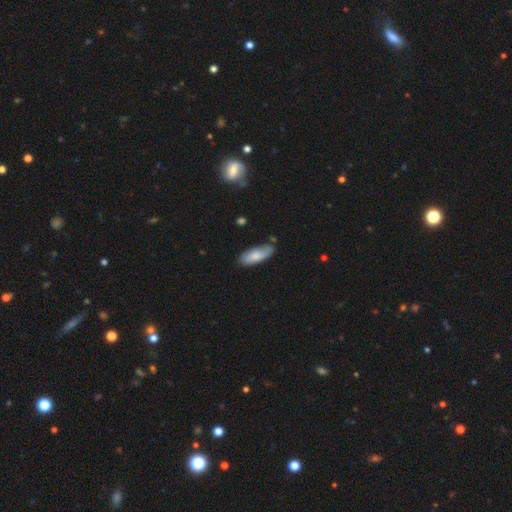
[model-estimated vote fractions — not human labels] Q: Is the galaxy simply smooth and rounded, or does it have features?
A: smooth — 77%.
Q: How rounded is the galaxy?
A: in between — 70%.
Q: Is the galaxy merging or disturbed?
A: none — 74%.